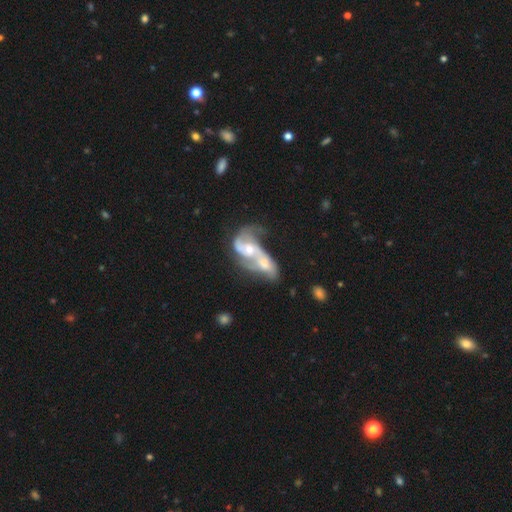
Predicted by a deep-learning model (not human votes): A featured or disk galaxy (76%) with no bar (58%), 2 (65%) loose (47%) spiral arms (82%) and a moderate central bulge (60%). Merging: merger (77%).